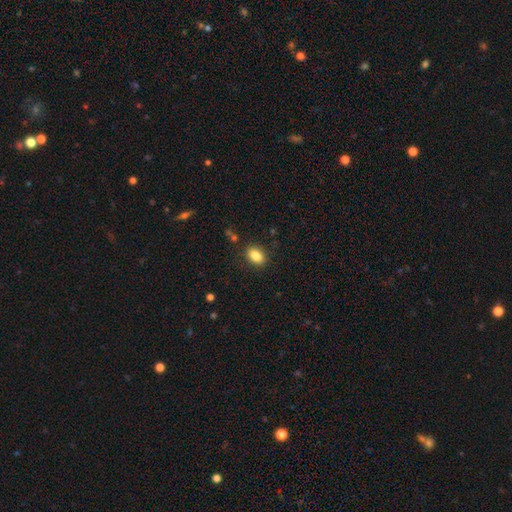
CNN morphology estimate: Q: Smooth or featured?
A: smooth (86%); runner-up: star or artifact (9%)
Q: How rounded?
A: in between (85%); runner-up: round (13%)
Q: Merging?
A: none (87%); runner-up: minor disturbance (9%)